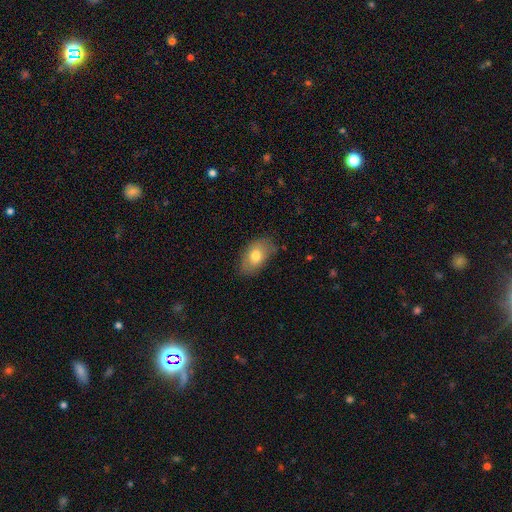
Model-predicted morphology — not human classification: smooth-or-featured: smooth: 75% | featured or disk: 18% | star or artifact: 7%
  how-rounded: in between: 90% | round: 8% | cigar-shaped: 2%
  merging: none: 76% | minor disturbance: 19% | major disturbance: 4% | merger: 1%